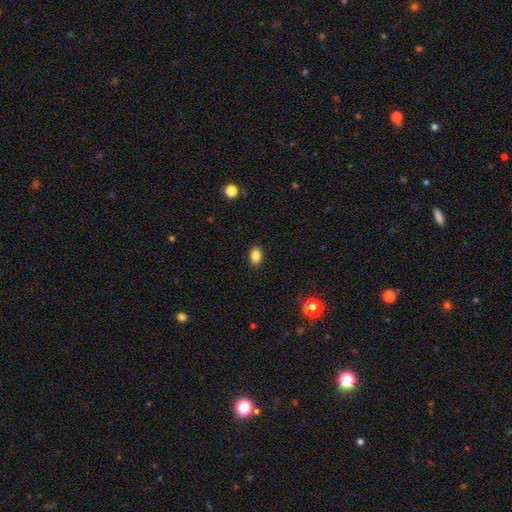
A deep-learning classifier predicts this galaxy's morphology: The model was most divided on "how rounded": in between: 78%, round: 21%, cigar-shaped: 1%. More confident: merging — none (90%); smooth or featured — smooth (86%).